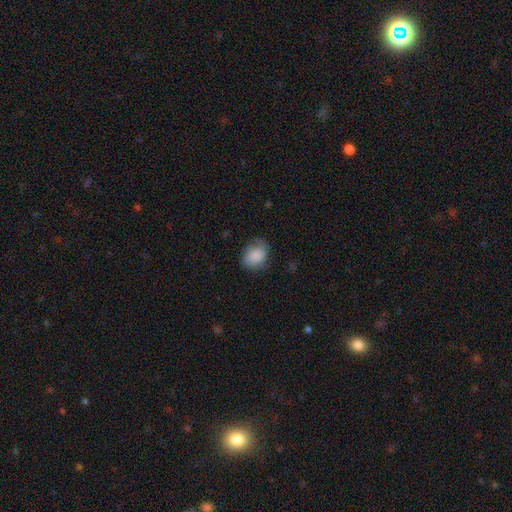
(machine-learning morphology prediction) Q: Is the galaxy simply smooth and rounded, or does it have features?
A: smooth — 79%.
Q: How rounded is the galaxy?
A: in between — 59%.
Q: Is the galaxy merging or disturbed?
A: none — 59%.